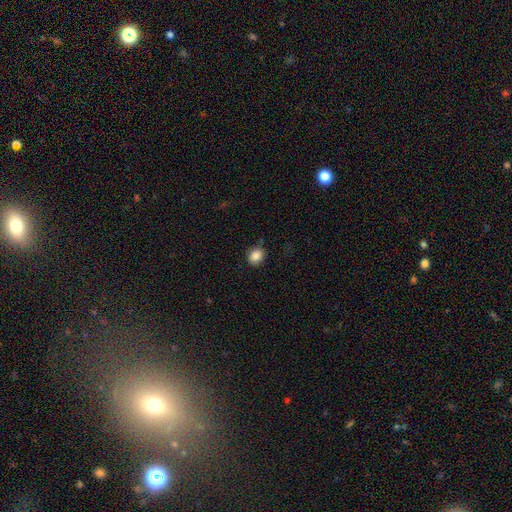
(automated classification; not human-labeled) Morphology: type=smooth (86%); roundness=round (68%); merging=none (85%).